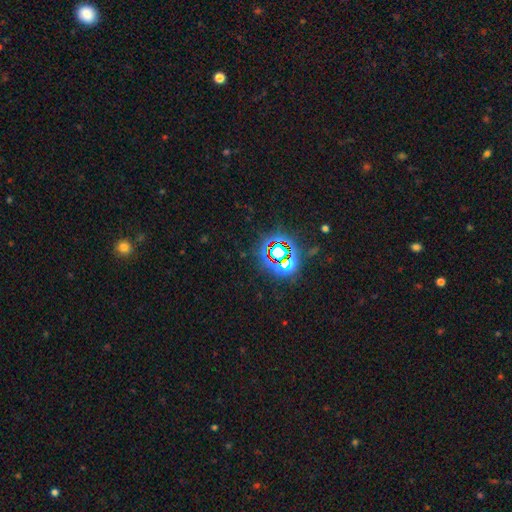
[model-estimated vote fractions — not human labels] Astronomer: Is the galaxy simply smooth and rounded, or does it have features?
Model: star or artifact — 80%.